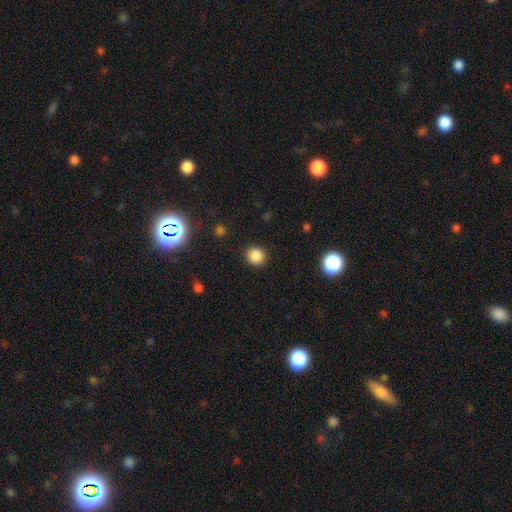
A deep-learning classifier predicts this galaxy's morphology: smooth_or_featured: smooth (p=0.85) [alt: star or artifact p=0.12]
how_rounded: round (p=0.91) [alt: in between p=0.08]
merging: none (p=0.91) [alt: minor disturbance p=0.06]